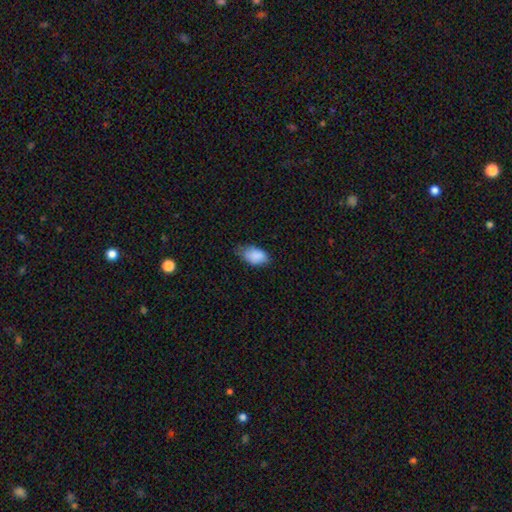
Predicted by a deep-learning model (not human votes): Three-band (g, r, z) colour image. It shows a smooth galaxy with no disk features (87%) that is in between round and cigar-shaped (93%). Merging: none (56%).